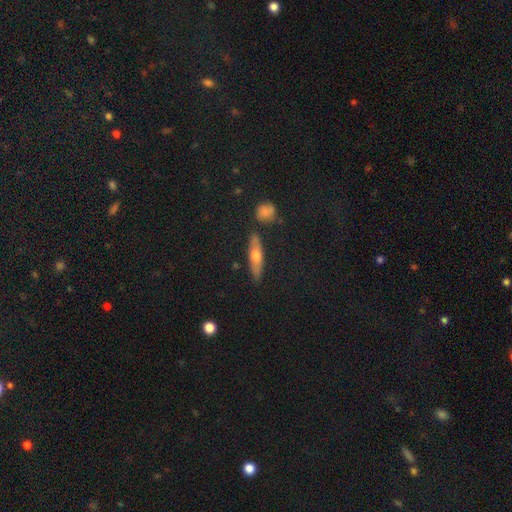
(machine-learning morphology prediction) The model was most divided on "smooth or featured": smooth: 49%, featured or disk: 44%, star or artifact: 8%. More confident: merging — none (83%).